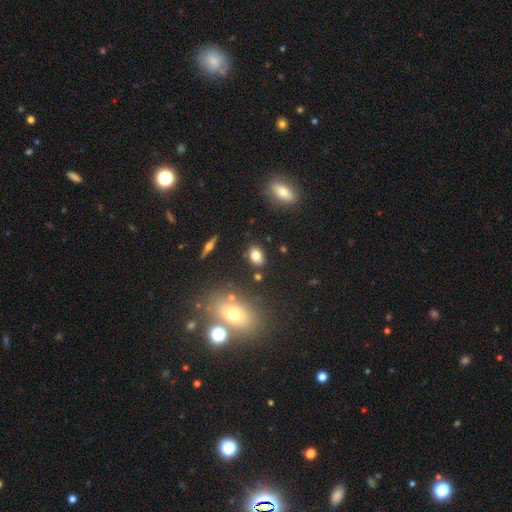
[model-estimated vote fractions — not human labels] Smooth or featured? Predicted: smooth (p=0.78). How rounded? Predicted: in between (p=0.74). Merging? Predicted: none (p=0.82).